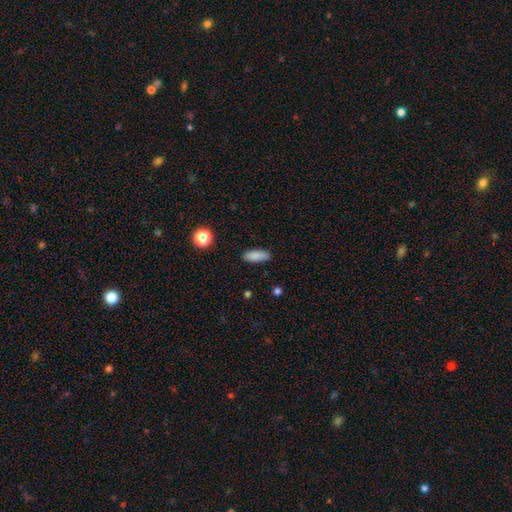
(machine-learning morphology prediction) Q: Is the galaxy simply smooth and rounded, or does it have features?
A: smooth — 86%.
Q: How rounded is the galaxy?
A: in between — 73%.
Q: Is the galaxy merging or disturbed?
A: none — 88%.